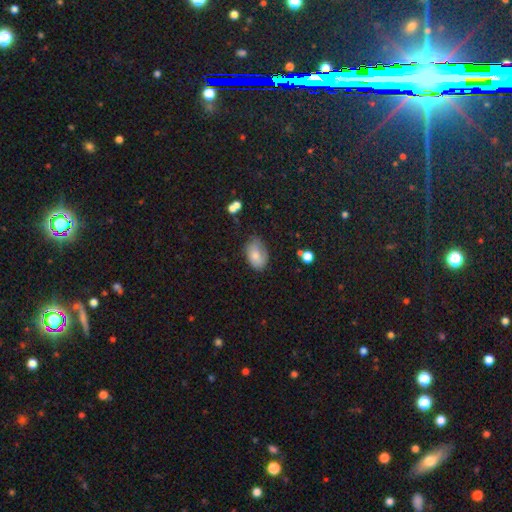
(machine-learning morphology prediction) A smooth galaxy with no disk features (75%) that is in between round and cigar-shaped (88%).

Vote fractions:
- Smooth or featured? smooth: 75% / featured or disk: 17% / star or artifact: 8%
- How rounded? in between: 88% / round: 11% / cigar-shaped: 1%
- Merging? none: 62% / minor disturbance: 28% / major disturbance: 7% / merger: 2%